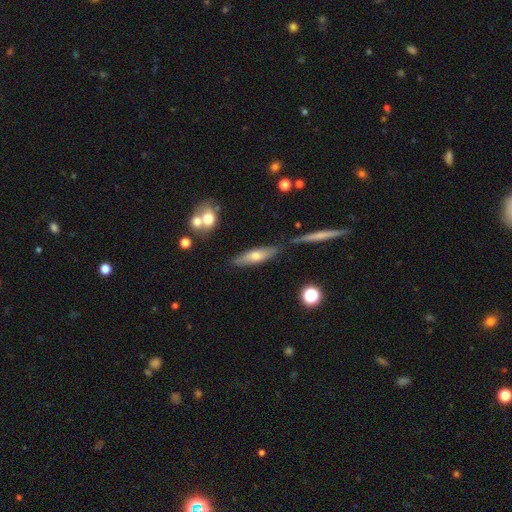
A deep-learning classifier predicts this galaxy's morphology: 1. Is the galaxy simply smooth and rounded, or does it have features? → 56% smooth, 36% featured or disk, 8% star or artifact.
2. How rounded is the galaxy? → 65% cigar-shaped, 33% in between, 3% round.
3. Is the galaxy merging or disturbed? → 73% none, 14% minor disturbance, 9% merger, 3% major disturbance.